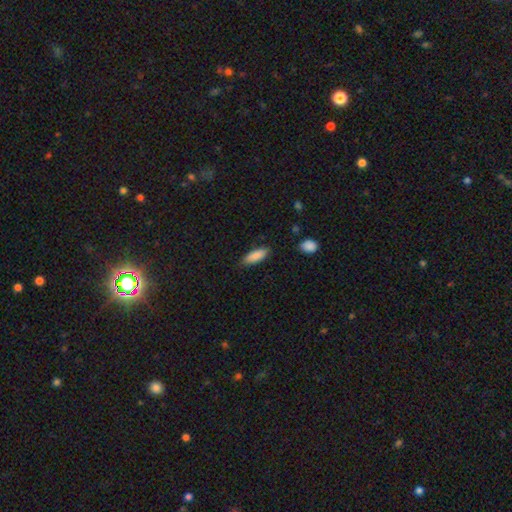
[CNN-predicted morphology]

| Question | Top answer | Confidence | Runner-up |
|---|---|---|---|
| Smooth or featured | smooth | 87% | featured or disk (7%) |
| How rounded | in between | 65% | cigar-shaped (33%) |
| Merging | none | 83% | minor disturbance (12%) |